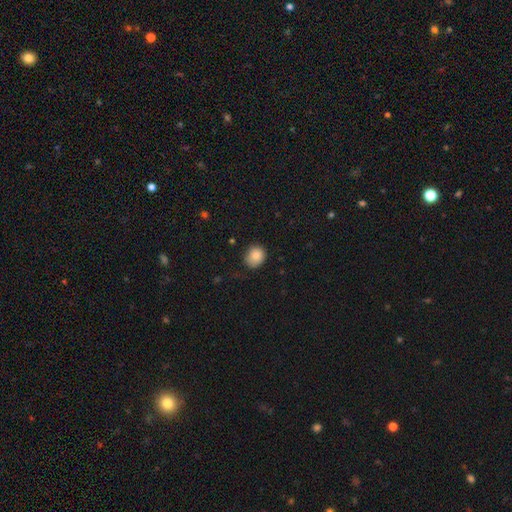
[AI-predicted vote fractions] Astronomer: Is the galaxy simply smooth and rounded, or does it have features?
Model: smooth — 87%.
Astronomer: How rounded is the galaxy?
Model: round — 69%.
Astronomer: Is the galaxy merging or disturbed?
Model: none — 71%.